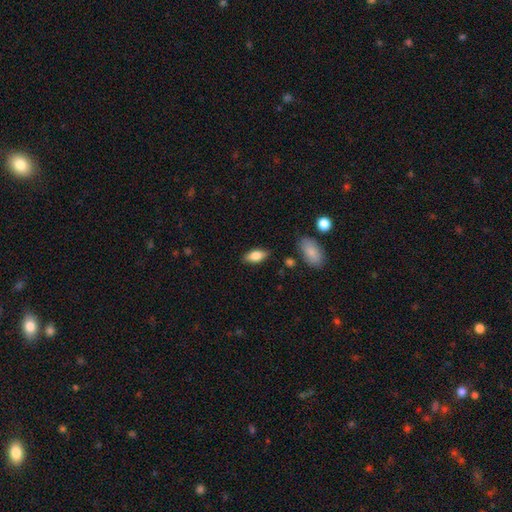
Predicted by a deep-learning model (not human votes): smooth-or-featured: smooth: 77% | featured or disk: 16% | star or artifact: 7%
  how-rounded: in between: 86% | cigar-shaped: 11% | round: 3%
  merging: none: 85% | minor disturbance: 10% | major disturbance: 2% | merger: 2%